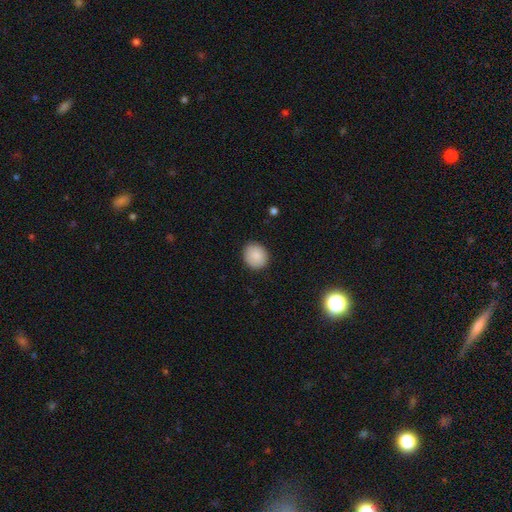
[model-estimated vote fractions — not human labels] Smooth or featured? Predicted: smooth (p=0.88). How rounded? Predicted: round (p=0.74). Merging? Predicted: none (p=0.88).